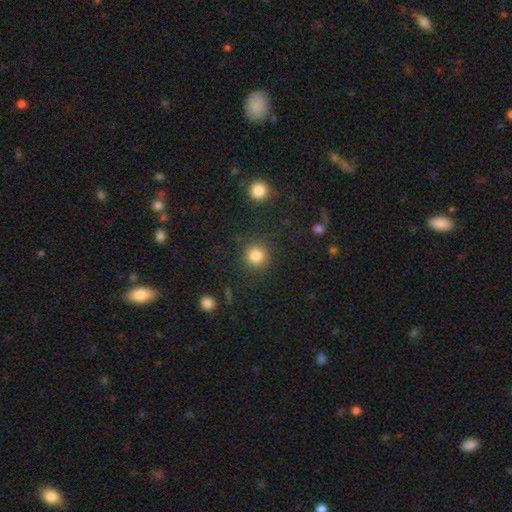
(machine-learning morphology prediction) The model was most divided on "smooth or featured": smooth: 85%, star or artifact: 11%, featured or disk: 4%. More confident: how rounded — round (94%); merging — none (88%).